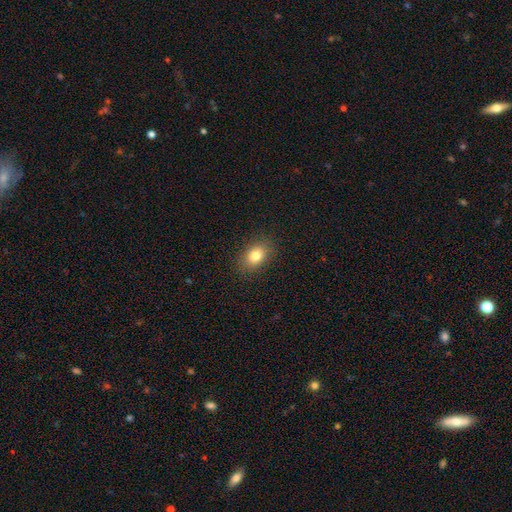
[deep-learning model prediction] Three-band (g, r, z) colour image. It shows a smooth galaxy with no disk features (81%) that is in between round and cigar-shaped (78%). Merging: none (87%).